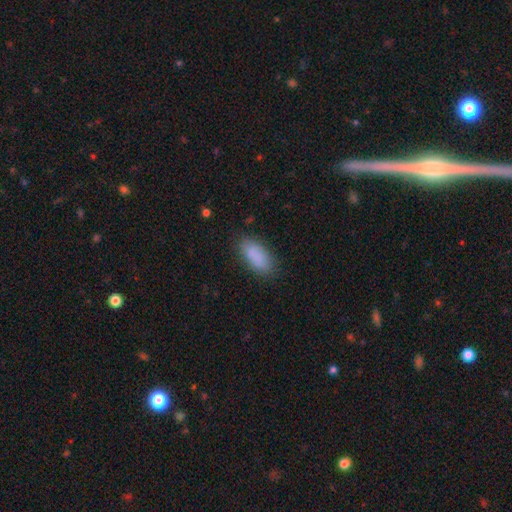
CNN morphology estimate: type=smooth (87%); roundness=in between (85%); merging=none (81%).